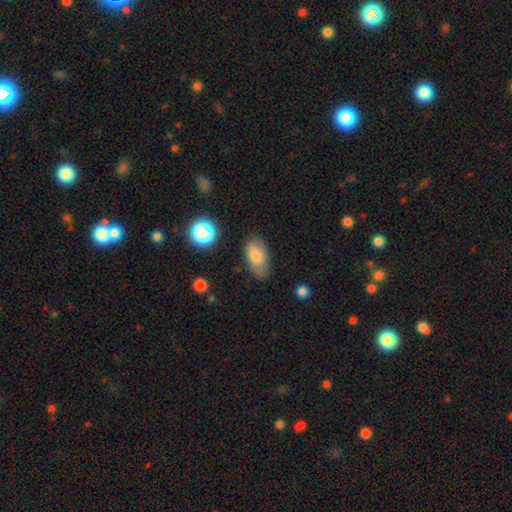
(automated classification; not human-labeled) Overall: smooth (78%). How rounded: in between (92%). Merging: none (74%).